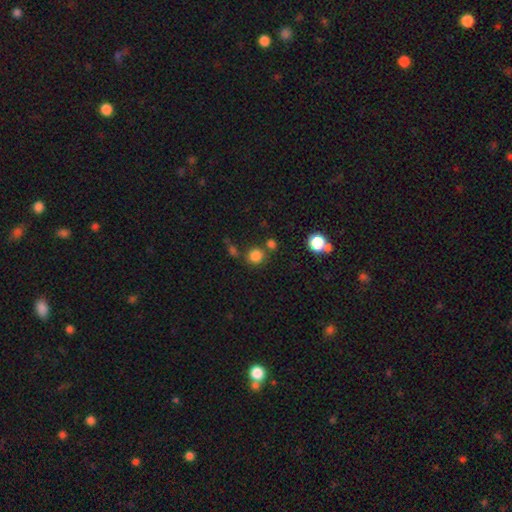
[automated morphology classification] Smooth or featured? smooth (81%)
How rounded? round (89%)
Merging? none (73%)